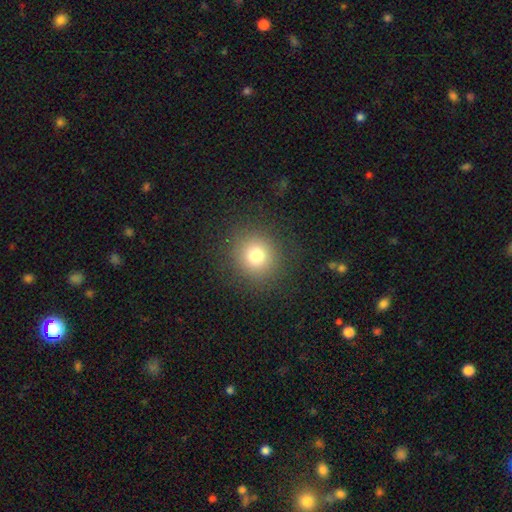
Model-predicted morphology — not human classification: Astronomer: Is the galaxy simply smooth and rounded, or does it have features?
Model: smooth — 78%.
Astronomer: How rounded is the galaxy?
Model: round — 91%.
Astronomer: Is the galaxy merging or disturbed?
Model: none — 88%.